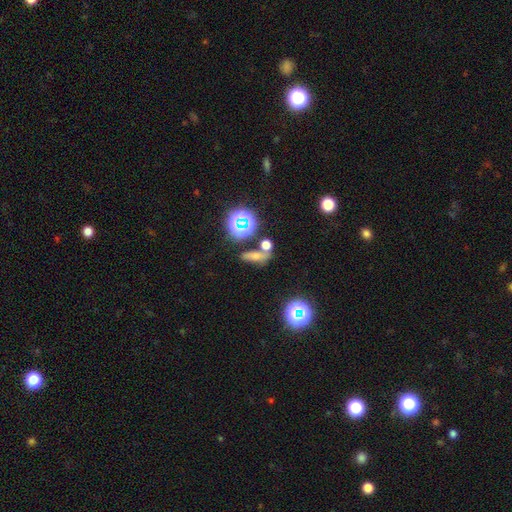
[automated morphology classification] The model was most divided on "merging": none: 50%, merger: 27%, minor disturbance: 15%, major disturbance: 9%. More confident: smooth or featured — smooth (58%); how rounded — in between (56%).